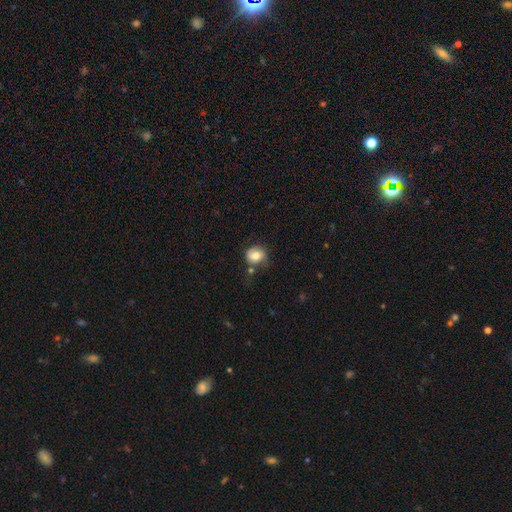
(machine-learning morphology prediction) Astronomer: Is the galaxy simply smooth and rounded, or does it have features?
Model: smooth — 73%.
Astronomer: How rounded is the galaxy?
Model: round — 71%.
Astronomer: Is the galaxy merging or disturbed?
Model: none — 60%.